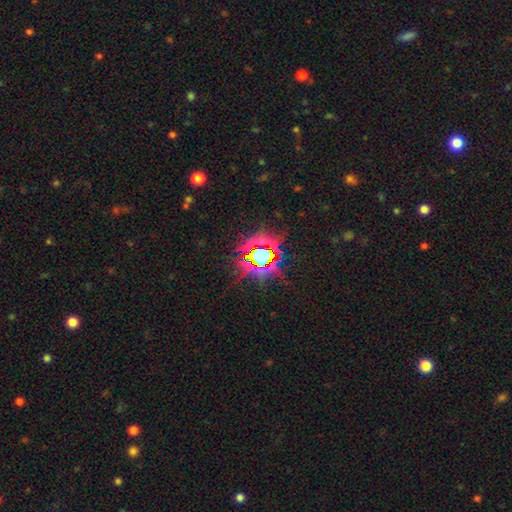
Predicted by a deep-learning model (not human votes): Q: Smooth or featured?
A: star or artifact (78%); runner-up: smooth (13%)